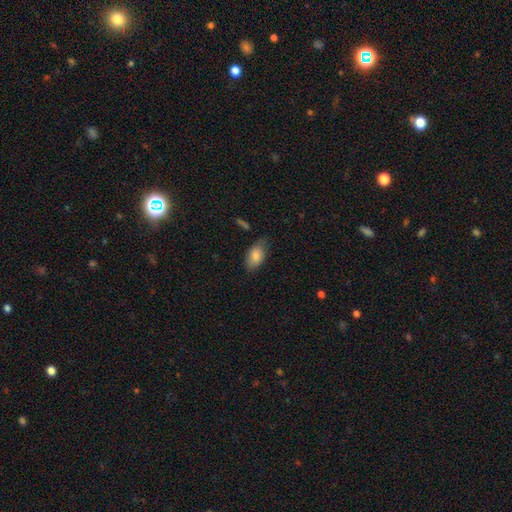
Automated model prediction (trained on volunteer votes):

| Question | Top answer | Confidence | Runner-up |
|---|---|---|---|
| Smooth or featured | smooth | 85% | featured or disk (9%) |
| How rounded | in between | 93% | round (5%) |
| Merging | none | 69% | minor disturbance (24%) |